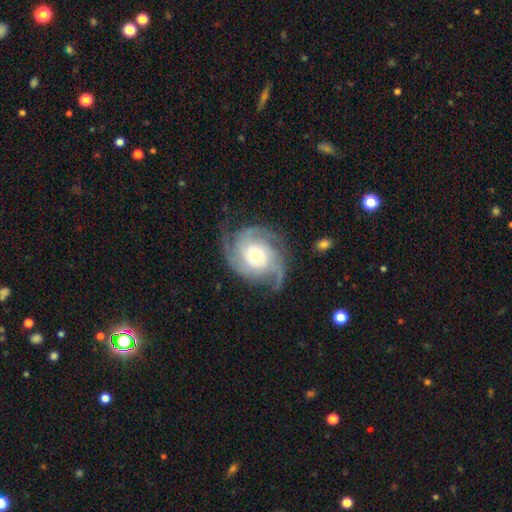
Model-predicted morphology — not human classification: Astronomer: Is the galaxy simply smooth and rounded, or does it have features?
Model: featured or disk — 90%.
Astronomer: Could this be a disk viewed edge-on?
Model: no — 98%.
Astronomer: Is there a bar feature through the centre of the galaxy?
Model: no — 75%.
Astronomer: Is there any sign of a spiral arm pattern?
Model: yes — 98%.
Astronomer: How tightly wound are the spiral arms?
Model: tight — 49% (runner-up: medium, 39%).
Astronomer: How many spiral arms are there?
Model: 3 — 40% (runner-up: 2, 28%).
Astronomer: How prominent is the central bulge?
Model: moderate — 59%.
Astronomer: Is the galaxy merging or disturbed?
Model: none — 73%.